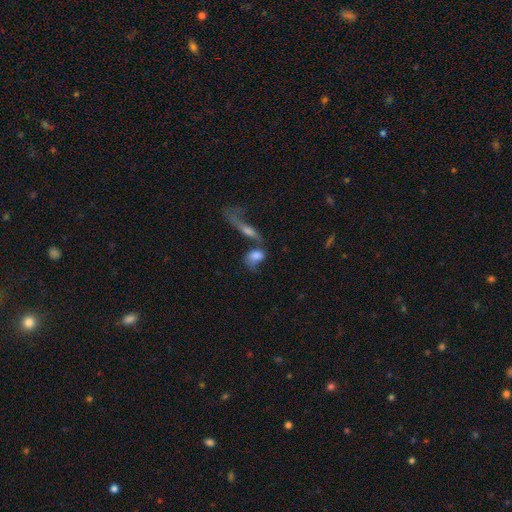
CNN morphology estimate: smooth-or-featured: smooth: 66% | featured or disk: 24% | star or artifact: 10%
  how-rounded: in between: 68% | round: 24% | cigar-shaped: 9%
  merging: merger: 44% | none: 27% | major disturbance: 15% | minor disturbance: 14%